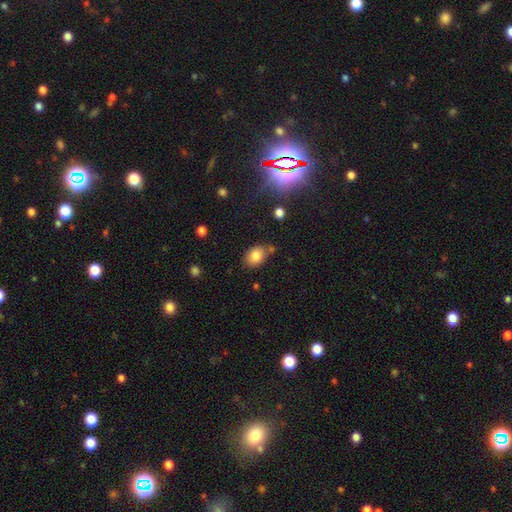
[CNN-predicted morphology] This appears to be a smooth galaxy with no disk features (81%) that is in between round and cigar-shaped (69%). Merging: none (71%).